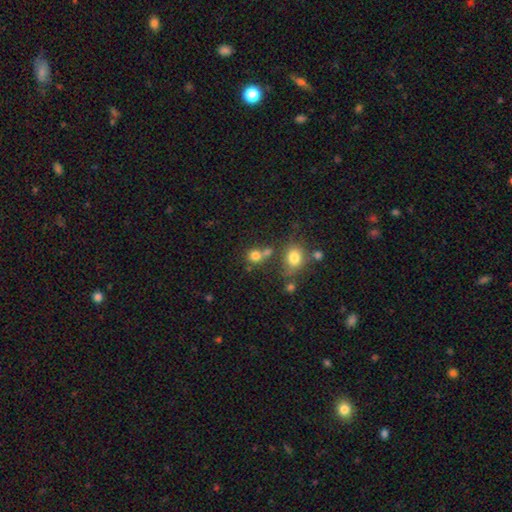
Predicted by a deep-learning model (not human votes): Smooth or featured? Predicted: smooth (p=0.77). How rounded? Predicted: round (p=0.83). Merging? Predicted: none (p=0.57).